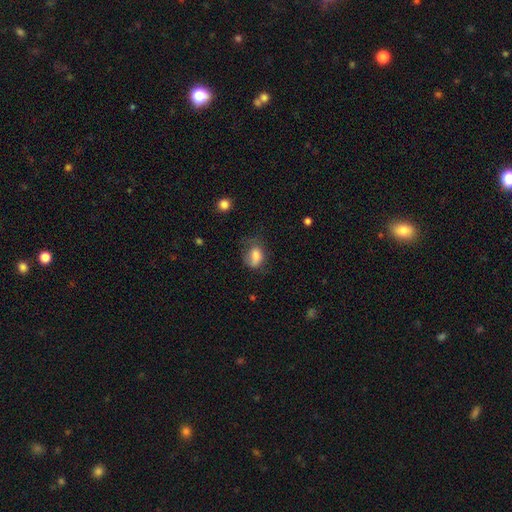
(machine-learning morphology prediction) This is likely a smooth galaxy (77%). How rounded: likely in between (74%). Merging: marginally none (41%).